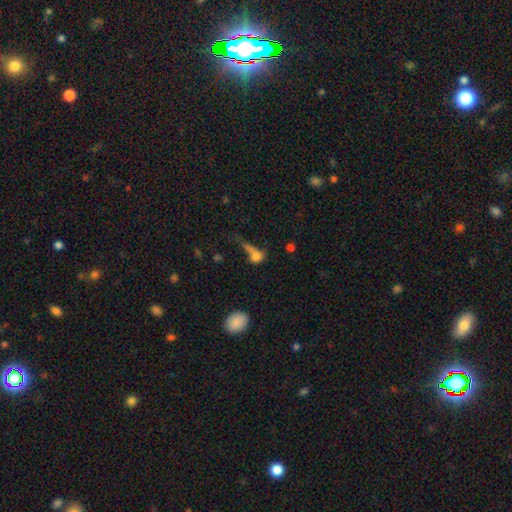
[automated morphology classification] A smooth galaxy with no disk features (69%) that is in between round and cigar-shaped (46%). Merging: major disturbance (38%).